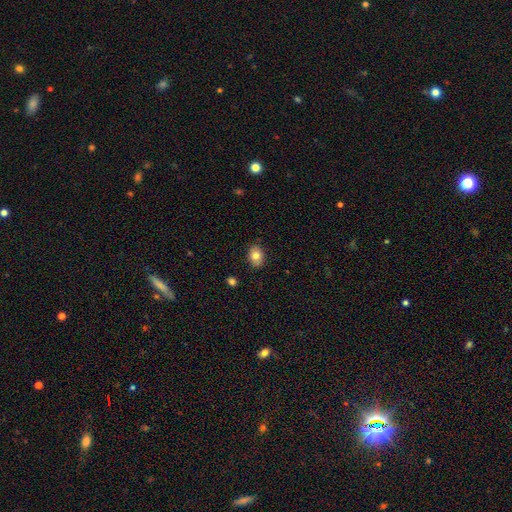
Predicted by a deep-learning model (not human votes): Smooth or featured? Predicted: smooth (p=0.81). How rounded? Predicted: in between (p=0.72). Merging? Predicted: none (p=0.86).